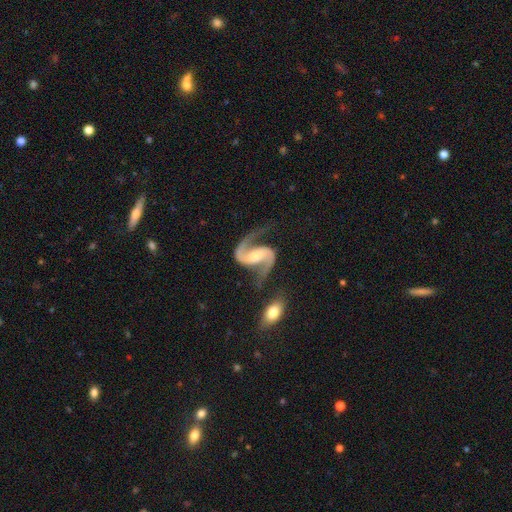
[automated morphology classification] A featured or disk galaxy (93%) with a weak bar (38%), 2 (93%) medium (49%) spiral arms (98%) and a small central bulge (38%, tied with moderate).

Vote fractions:
- Smooth or featured? featured or disk: 93% / star or artifact: 4% / smooth: 3%
- Edge-on disk? no: 98% / yes: 2%
- Bar? weak: 38% / no: 33% / strong: 29%
- Spiral arms? yes: 98% / no: 2%
- Spiral winding? medium: 49% / loose: 42% / tight: 9%
- Spiral arm count? 2: 93% / 1: 2% / can't tell: 1% / 3: 1% / 4: 1% / more than 4: 1%
- Bulge size? small: 38% (tied) / moderate: 38% (tied) / none: 13% / large: 9% / dominant: 2%
- Merging? none: 63% / minor disturbance: 16% / major disturbance: 14% / merger: 7%